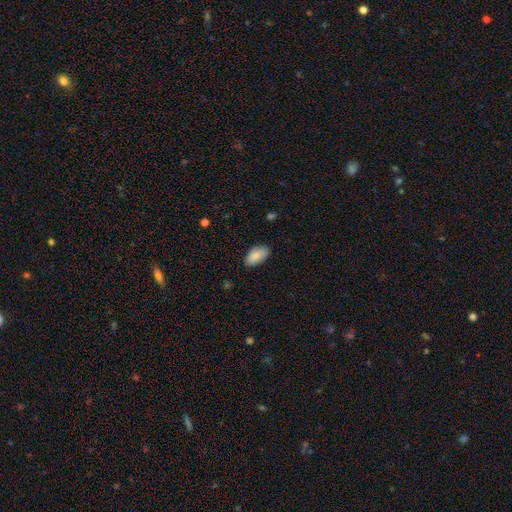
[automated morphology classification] This is clearly a smooth galaxy (87%). How rounded: clearly in between (95%). Merging: clearly none (83%).